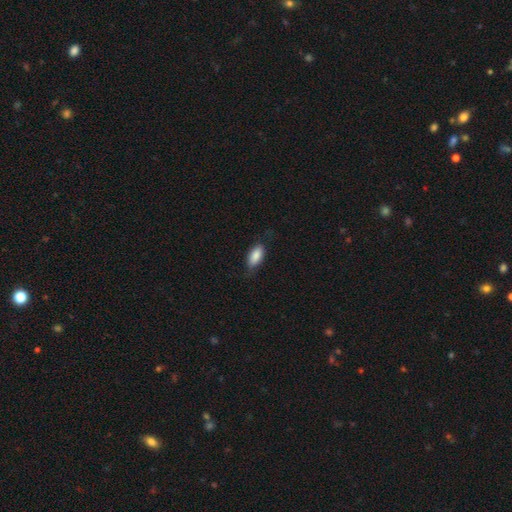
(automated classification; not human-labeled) Q: Smooth or featured?
A: smooth (87%); runner-up: featured or disk (7%)
Q: How rounded?
A: in between (90%); runner-up: cigar-shaped (8%)
Q: Merging?
A: none (75%); runner-up: minor disturbance (19%)